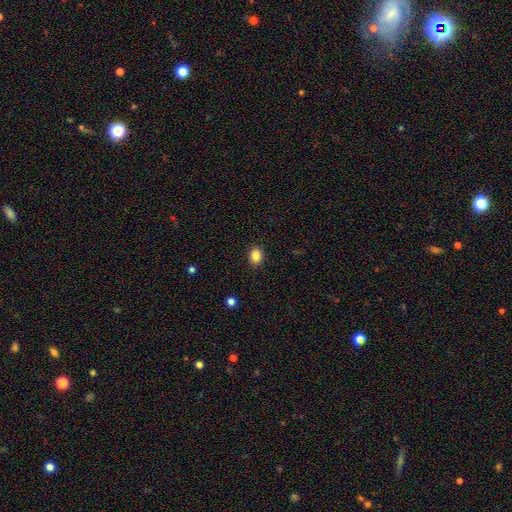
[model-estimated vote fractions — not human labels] Smooth or featured? Predicted: smooth (p=0.85). How rounded? Predicted: in between (p=0.51). Merging? Predicted: none (p=0.90).